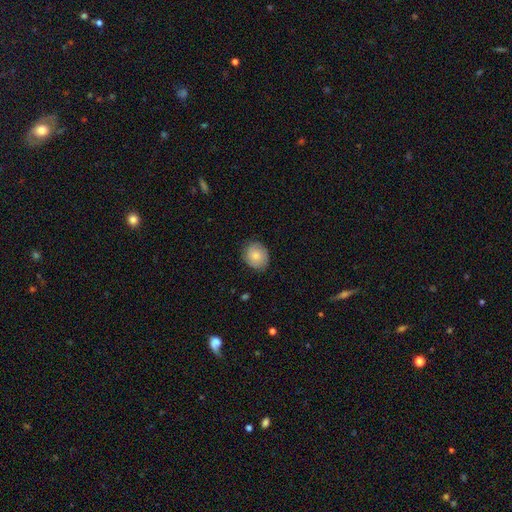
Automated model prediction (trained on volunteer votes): smooth-or-featured: smooth: 74% | featured or disk: 19% | star or artifact: 7%
  how-rounded: round: 59% | in between: 40% | cigar-shaped: 1%
  merging: none: 80% | minor disturbance: 16% | major disturbance: 3% | merger: 1%